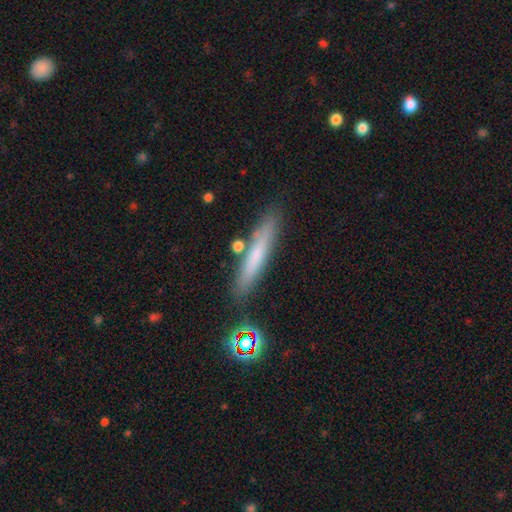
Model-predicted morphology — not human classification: This is likely a smooth galaxy (63%). How rounded: clearly cigar-shaped (92%). Merging: clearly none (81%).